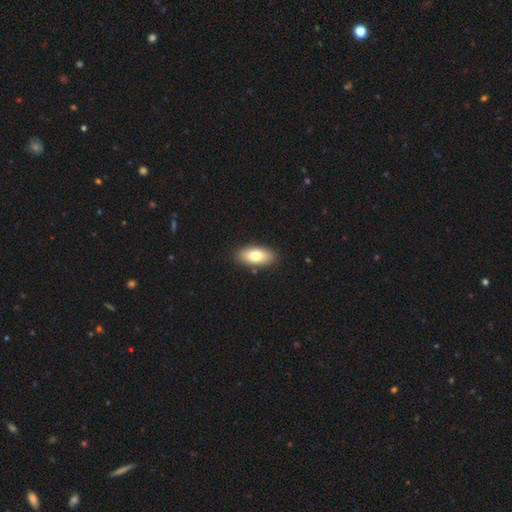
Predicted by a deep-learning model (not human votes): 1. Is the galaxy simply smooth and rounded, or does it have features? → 74% smooth, 19% featured or disk, 7% star or artifact.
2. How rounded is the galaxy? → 90% in between, 7% cigar-shaped, 4% round.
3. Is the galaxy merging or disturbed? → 88% none, 8% minor disturbance, 2% major disturbance, 1% merger.